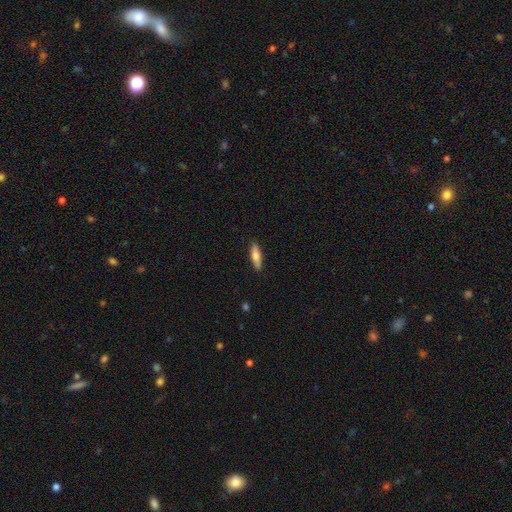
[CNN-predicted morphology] The model was most divided on "how rounded": cigar-shaped: 62%, in between: 36%, round: 2%. More confident: merging — none (89%); smooth or featured — smooth (67%).